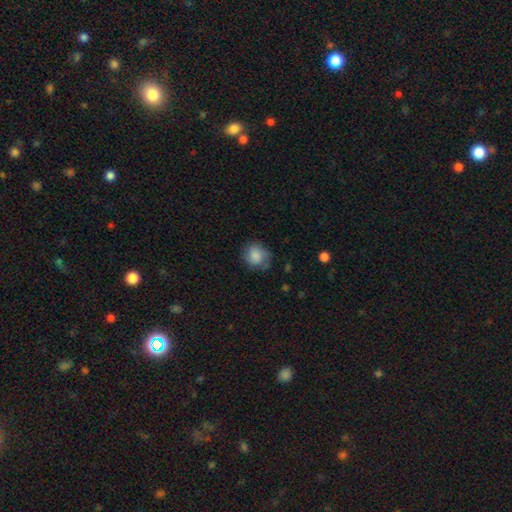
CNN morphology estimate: This appears to be a smooth galaxy with no disk features (81%) that is round (76%). Merging: none (64%).